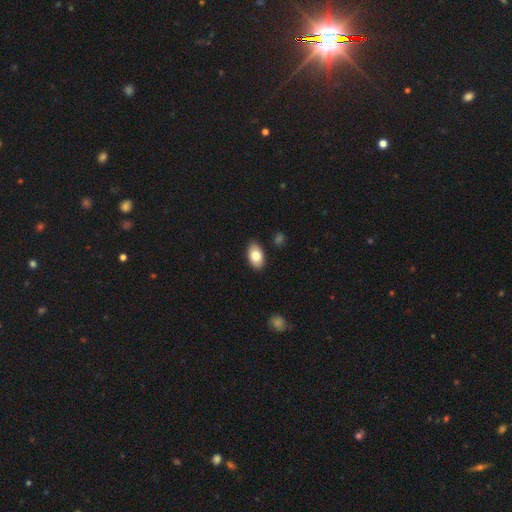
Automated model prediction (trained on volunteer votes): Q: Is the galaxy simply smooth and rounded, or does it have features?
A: smooth — 80%.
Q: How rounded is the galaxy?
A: in between — 94%.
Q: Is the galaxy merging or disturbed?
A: none — 86%.